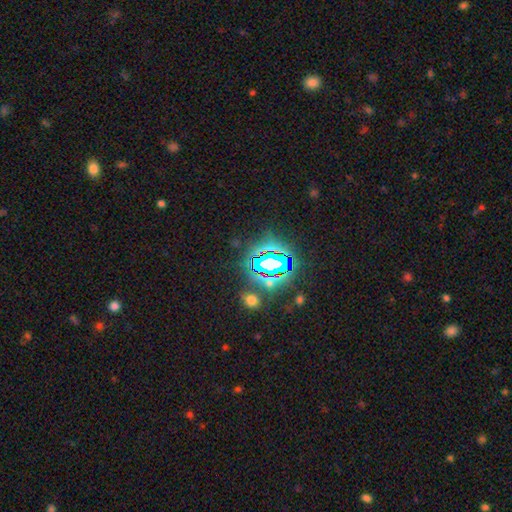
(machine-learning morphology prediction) Smooth or featured?
  - star or artifact: 77% *
  - smooth: 14%
  - featured or disk: 9%